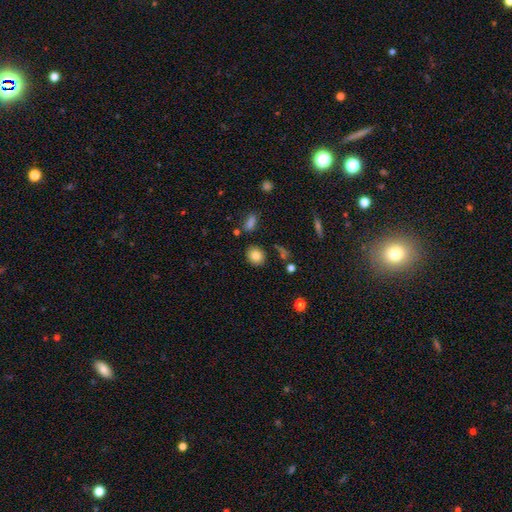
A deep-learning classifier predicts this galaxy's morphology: Smooth or featured?
  - smooth: 83% *
  - star or artifact: 10%
  - featured or disk: 7%
How rounded?
  - round: 69% *
  - in between: 30%
  - cigar-shaped: 1%
Merging?
  - none: 84% *
  - minor disturbance: 9%
  - merger: 4%
  - major disturbance: 3%